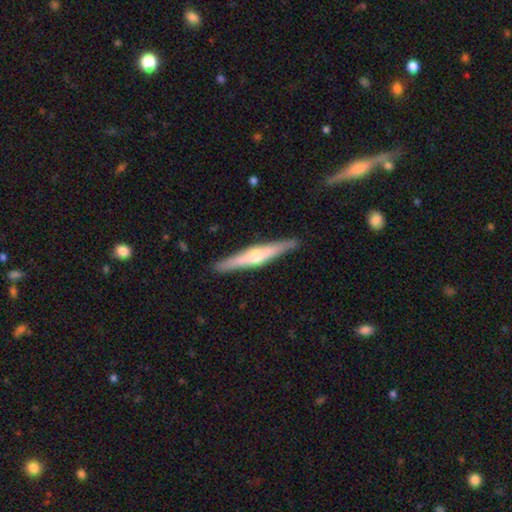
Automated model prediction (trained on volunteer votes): Overall: featured or disk (68%). Edge-on disk: yes (97%). Edge-on bulge: rounded (84%). Merging: none (89%).